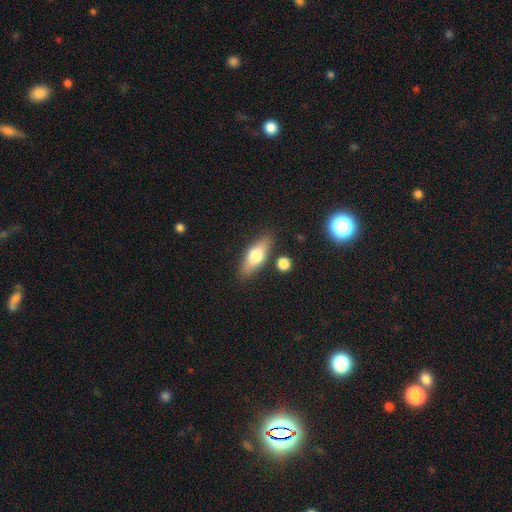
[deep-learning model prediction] Smooth or featured? Predicted: smooth (p=0.66). How rounded? Predicted: in between (p=0.67). Merging? Predicted: none (p=0.82).